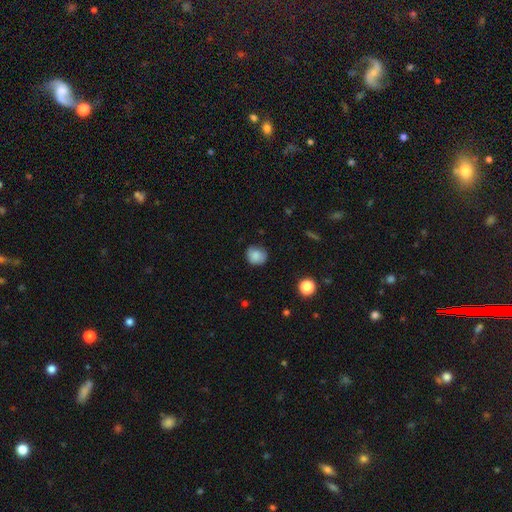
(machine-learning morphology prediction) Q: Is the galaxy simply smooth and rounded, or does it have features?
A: smooth — 84%.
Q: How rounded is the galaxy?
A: round — 79%.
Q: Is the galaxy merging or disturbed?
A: none — 77%.